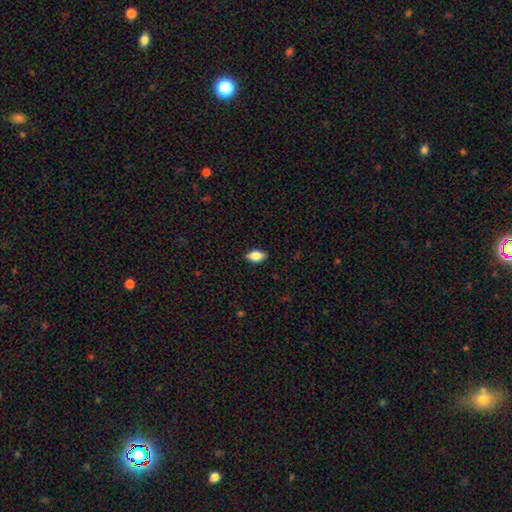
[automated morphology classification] type=smooth (82%); roundness=in between (90%); merging=none (87%).